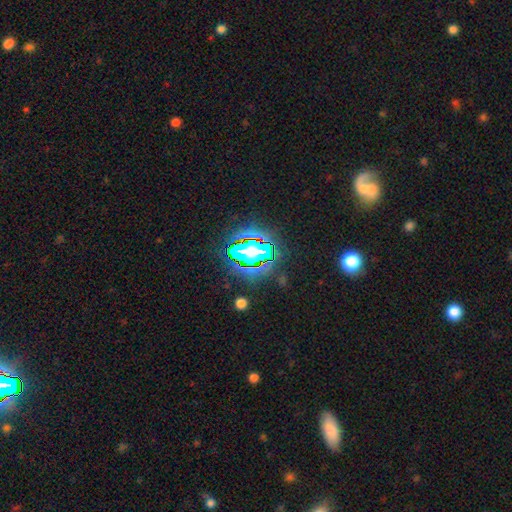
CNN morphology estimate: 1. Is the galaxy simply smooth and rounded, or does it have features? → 63% star or artifact, 24% smooth, 13% featured or disk.